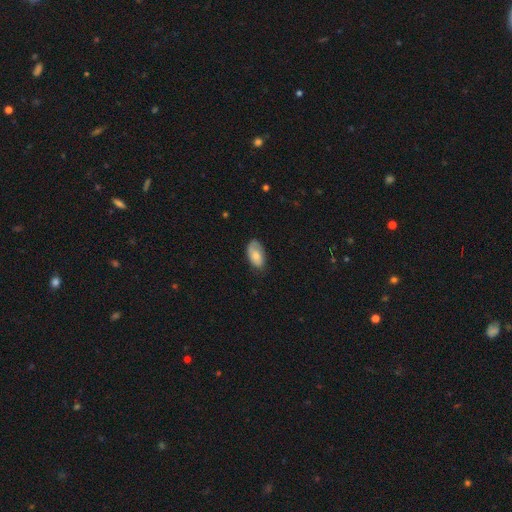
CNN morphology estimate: The model was most divided on "merging": none: 66%, minor disturbance: 27%, major disturbance: 6%, merger: 1%. More confident: how rounded — in between (94%); smooth or featured — smooth (74%).